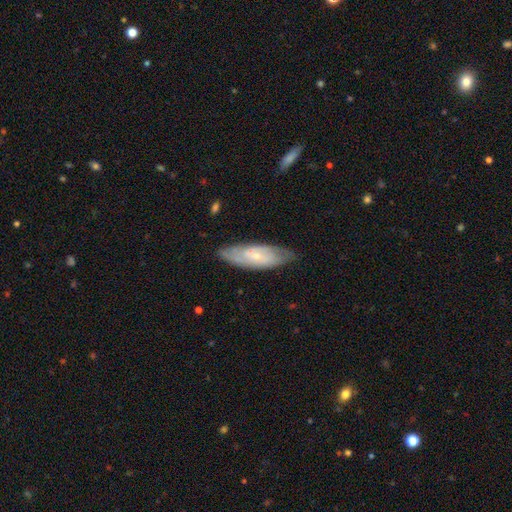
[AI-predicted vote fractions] This appears to be a featured or disk galaxy (62%) with no bar (62%), spiral arms (80%) and a small central bulge (72%). Merging: none (76%).